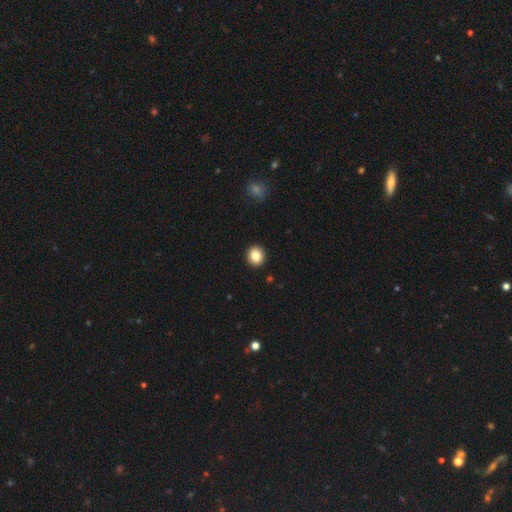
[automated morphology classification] Smooth or featured? smooth (84%)
How rounded? round (86%)
Merging? none (93%)